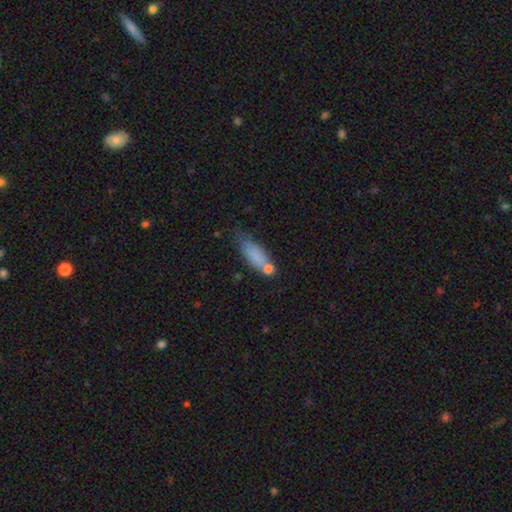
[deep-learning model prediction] Smooth or featured? Predicted: smooth (p=0.79). How rounded? Predicted: in between (p=0.63). Merging? Predicted: none (p=0.48).